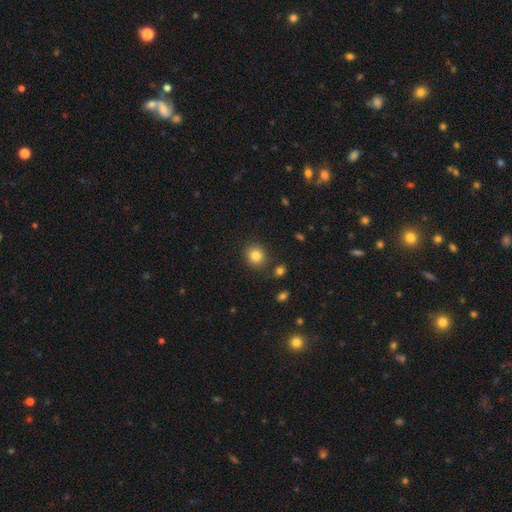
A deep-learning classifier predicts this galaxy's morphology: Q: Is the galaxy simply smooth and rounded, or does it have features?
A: smooth — 83%.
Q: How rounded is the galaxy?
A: round — 83%.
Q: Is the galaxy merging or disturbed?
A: none — 87%.